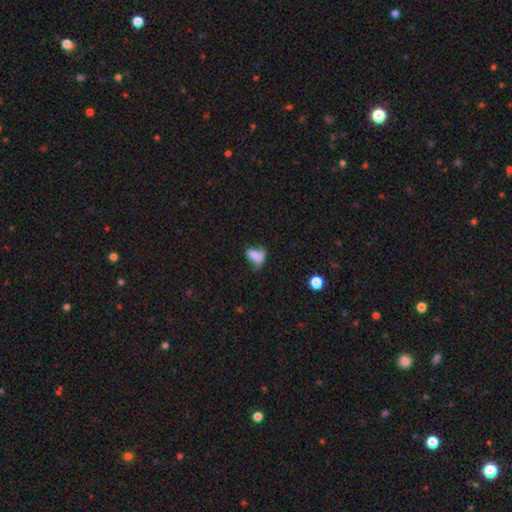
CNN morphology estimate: Smooth or featured?
  - smooth: 63% *
  - featured or disk: 23%
  - star or artifact: 14%
How rounded?
  - in between: 79% *
  - round: 13%
  - cigar-shaped: 8%
Merging?
  - merger: 29% *
  - none: 26%
  - major disturbance: 25%
  - minor disturbance: 20%